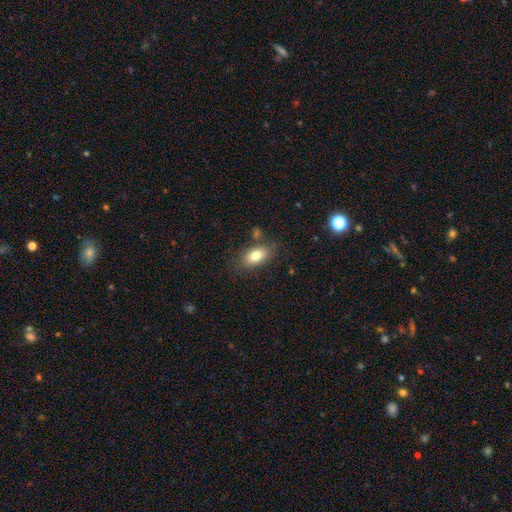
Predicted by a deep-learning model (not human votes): This is likely a smooth galaxy (80%). How rounded: clearly in between (88%). Merging: likely none (76%).